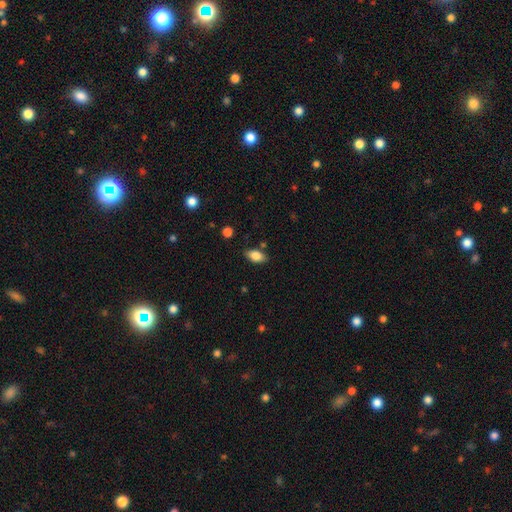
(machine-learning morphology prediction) Overall: smooth (81%). How rounded: in between (89%). Merging: none (81%).